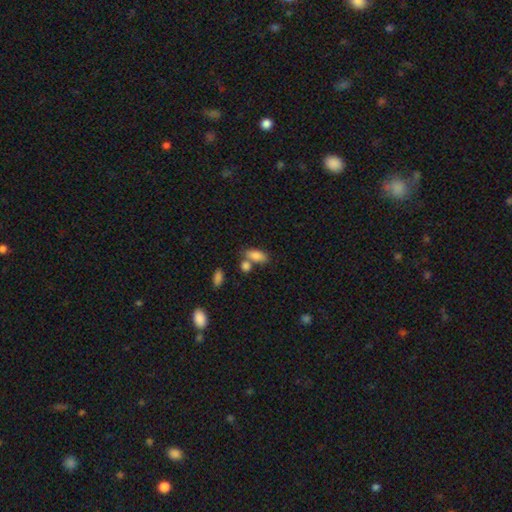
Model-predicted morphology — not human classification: This appears to be a smooth galaxy with no disk features (83%) that is in between round and cigar-shaped (85%). Merging: none (52%).